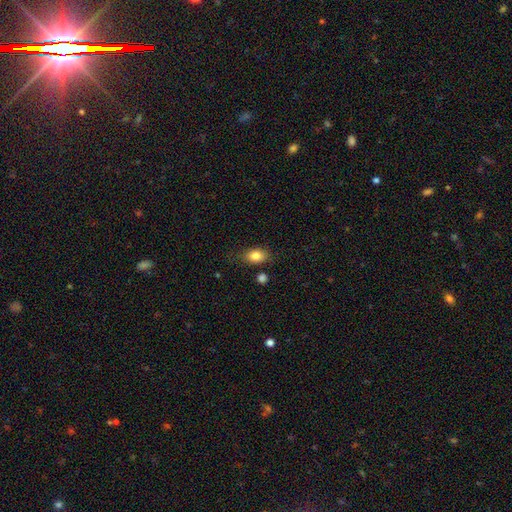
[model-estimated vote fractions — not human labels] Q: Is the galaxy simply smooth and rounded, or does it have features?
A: smooth — 82%.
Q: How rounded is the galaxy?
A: in between — 78%.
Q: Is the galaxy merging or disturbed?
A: none — 76%.